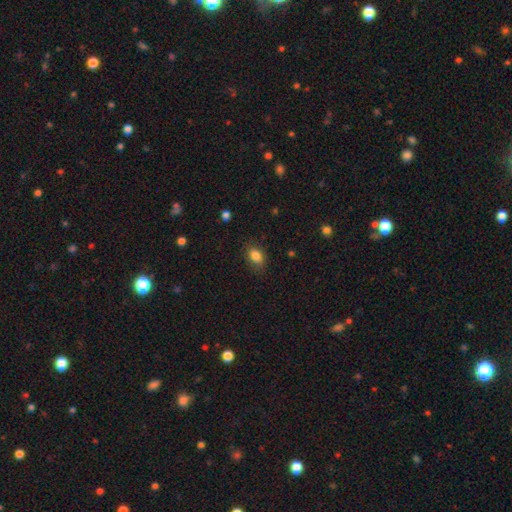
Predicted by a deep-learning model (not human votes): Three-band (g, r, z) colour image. It shows a smooth galaxy with no disk features (85%) that is in between round and cigar-shaped (77%). Merging: none (81%).